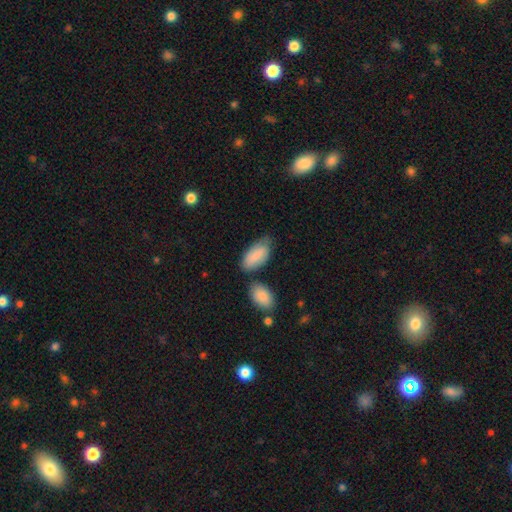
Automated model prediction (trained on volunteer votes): Morphology: type=smooth (86%); roundness=in between (91%); merging=none (57%).